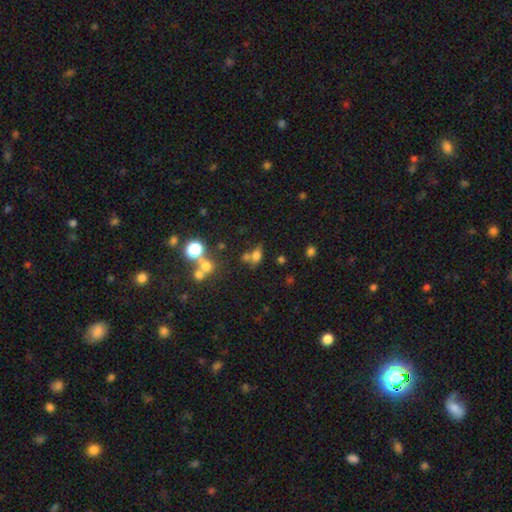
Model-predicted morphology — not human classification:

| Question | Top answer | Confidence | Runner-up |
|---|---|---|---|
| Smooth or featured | smooth | 67% | star or artifact (20%) |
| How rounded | in between | 66% | round (29%) |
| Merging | none | 47% | merger (30%) |